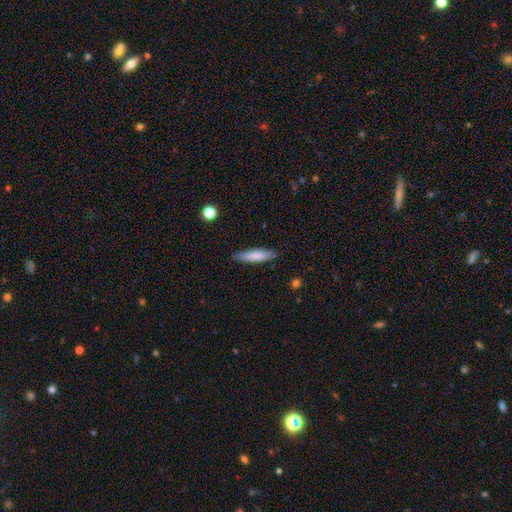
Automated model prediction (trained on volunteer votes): This is likely a smooth galaxy (76%). How rounded: likely cigar-shaped (75%). Merging: clearly none (85%).